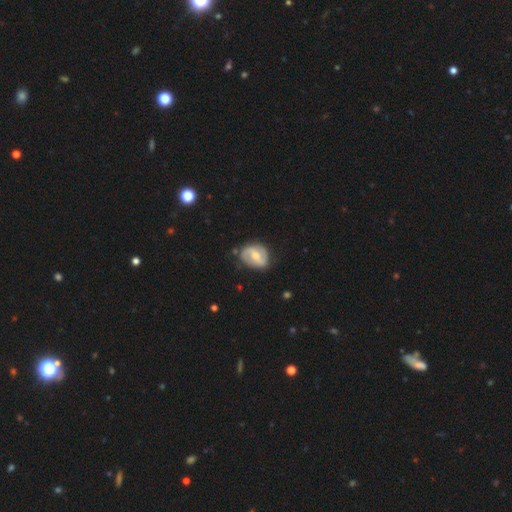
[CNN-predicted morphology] Q: Smooth or featured?
A: featured or disk (72%); runner-up: smooth (22%)
Q: Edge-on disk?
A: no (97%); runner-up: yes (3%)
Q: Bar?
A: weak (49%); runner-up: no (26%)
Q: Spiral arms?
A: yes (89%); runner-up: no (11%)
Q: Spiral winding?
A: medium (45%); runner-up: tight (28%)
Q: Spiral arm count?
A: 2 (85%); runner-up: can't tell (7%)
Q: Bulge size?
A: moderate (58%); runner-up: small (33%)
Q: Merging?
A: none (73%); runner-up: minor disturbance (20%)